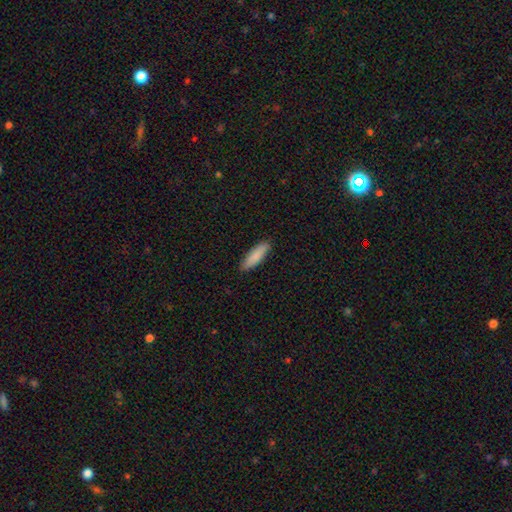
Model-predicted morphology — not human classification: Smooth or featured? Predicted: smooth (p=0.86). How rounded? Predicted: cigar-shaped (p=0.59). Merging? Predicted: none (p=0.87).